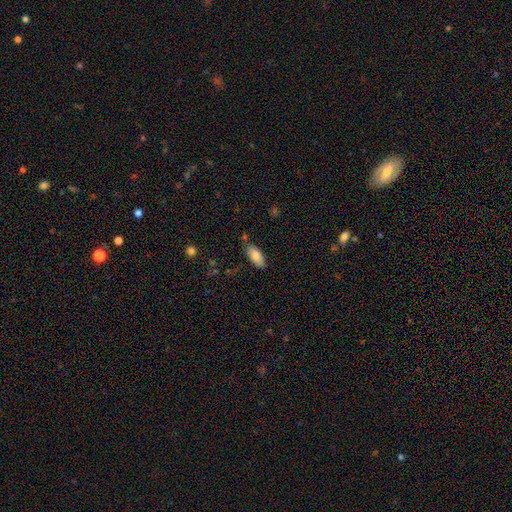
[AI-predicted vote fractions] A smooth galaxy with no disk features (83%) that is in between round and cigar-shaped (85%). Merging: none (75%).